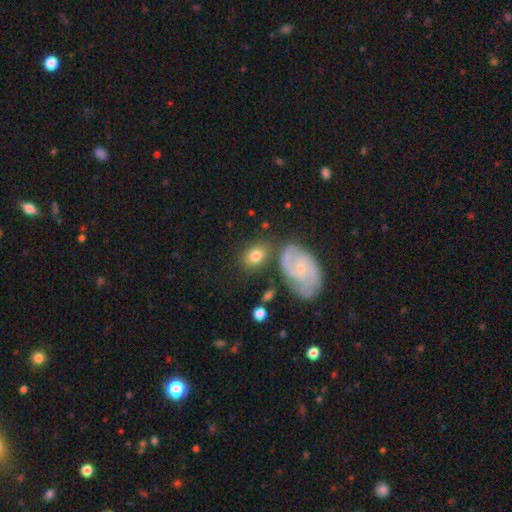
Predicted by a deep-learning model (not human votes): A smooth galaxy with no disk features (65%) that is in between round and cigar-shaped (74%).

Vote fractions:
- Smooth or featured? smooth: 65% / featured or disk: 28% / star or artifact: 7%
- How rounded? in between: 74% / round: 24% / cigar-shaped: 2%
- Merging? none: 68% / minor disturbance: 16% / merger: 10% / major disturbance: 5%